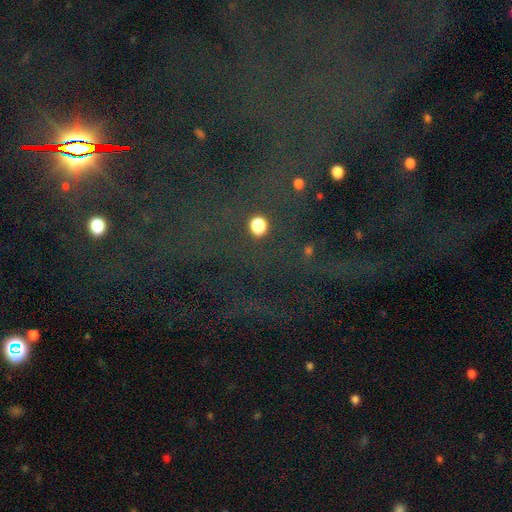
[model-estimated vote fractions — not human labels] A star or artifact, not a galaxy (82%).